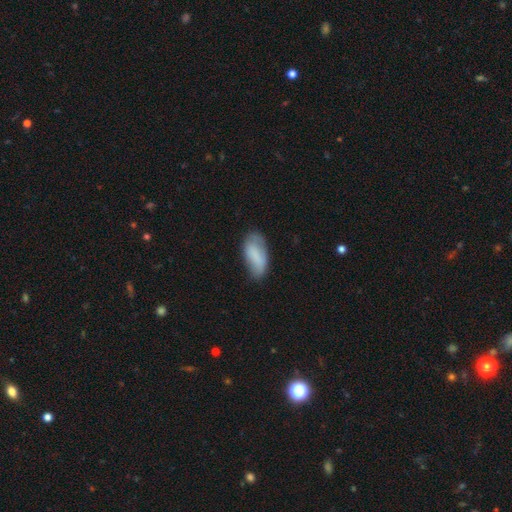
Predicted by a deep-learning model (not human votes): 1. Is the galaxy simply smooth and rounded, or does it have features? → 77% smooth, 16% featured or disk, 7% star or artifact.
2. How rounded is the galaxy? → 90% in between, 8% cigar-shaped, 2% round.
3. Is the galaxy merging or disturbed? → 61% none, 29% minor disturbance, 8% major disturbance, 2% merger.